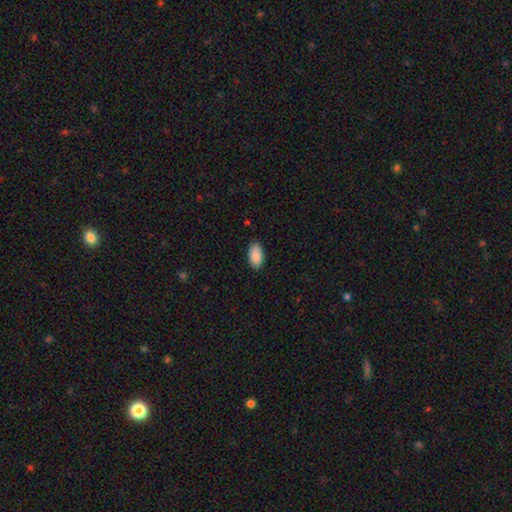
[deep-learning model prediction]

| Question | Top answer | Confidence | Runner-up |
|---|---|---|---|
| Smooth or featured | smooth | 90% | star or artifact (6%) |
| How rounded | in between | 95% | round (3%) |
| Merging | none | 86% | minor disturbance (11%) |